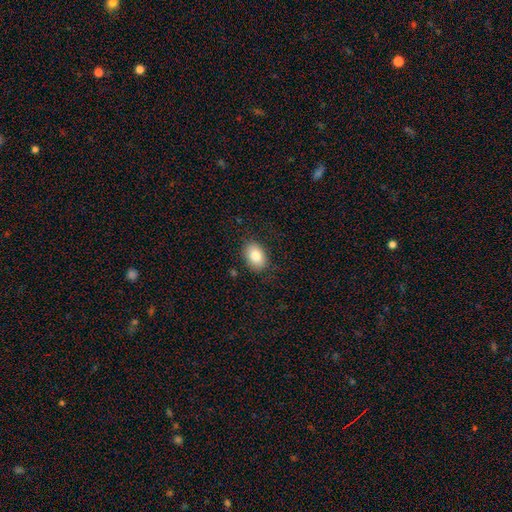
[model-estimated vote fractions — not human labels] smooth 83%, featured or disk 9%, star or artifact 8%. Down the decision tree: how rounded — in between (83%); merging — none (84%).